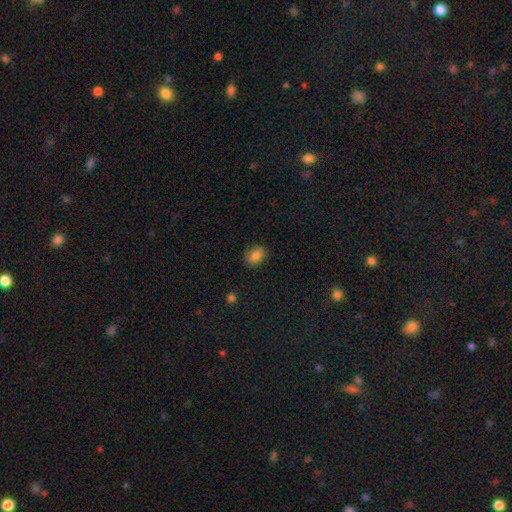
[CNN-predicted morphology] This appears to be a smooth galaxy with no disk features (84%) that is in between round and cigar-shaped (66%). Merging: none (84%).